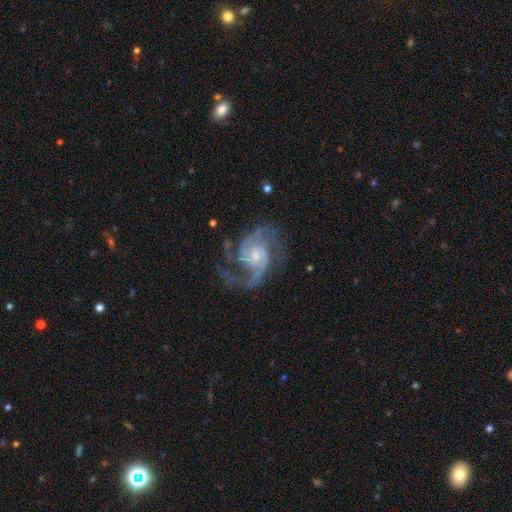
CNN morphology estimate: Q: Smooth or featured?
A: featured or disk (92%); runner-up: star or artifact (5%)
Q: Edge-on disk?
A: no (98%); runner-up: yes (2%)
Q: Bar?
A: no (53%); runner-up: weak (40%)
Q: Spiral arms?
A: yes (98%); runner-up: no (2%)
Q: Spiral winding?
A: medium (57%); runner-up: tight (26%)
Q: Spiral arm count?
A: 2 (63%); runner-up: 3 (18%)
Q: Bulge size?
A: small (61%); runner-up: moderate (31%)
Q: Merging?
A: none (66%); runner-up: minor disturbance (17%)